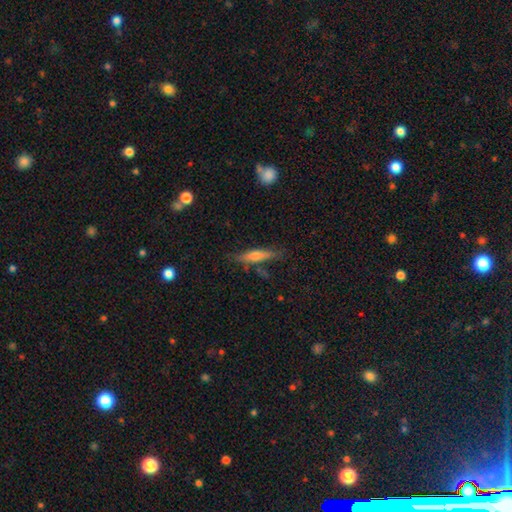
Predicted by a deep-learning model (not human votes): Overall: smooth (47%; featured or disk 46%). Merging: none (76%).